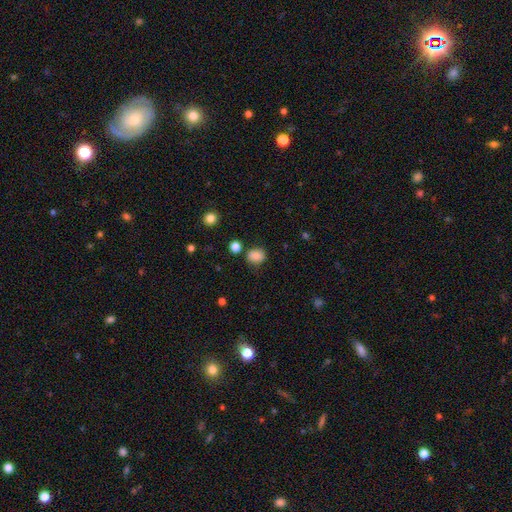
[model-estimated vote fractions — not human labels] Smooth or featured? smooth (84%)
How rounded? round (63%)
Merging? none (76%)